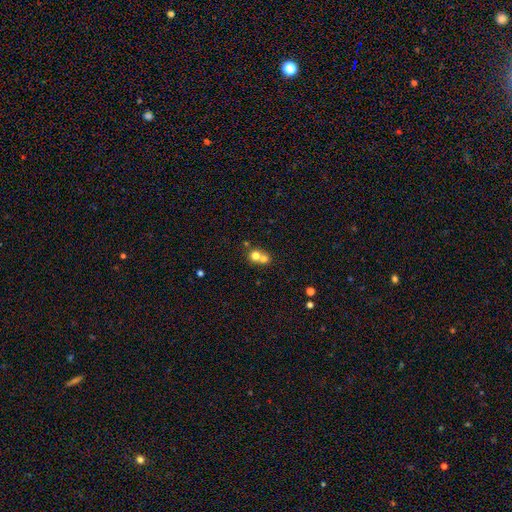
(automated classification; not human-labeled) Morphology: type=smooth (72%); roundness=round (83%); merging=merger (61%).